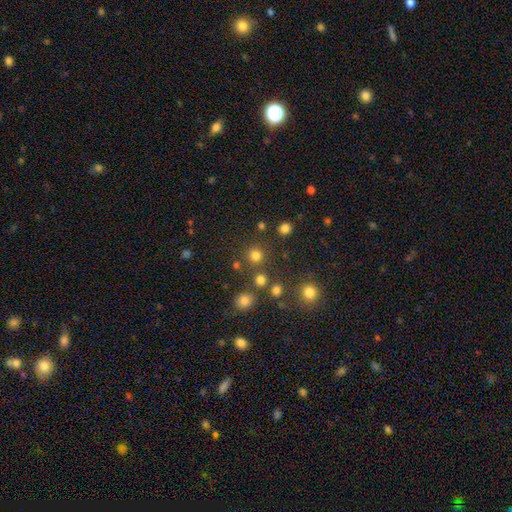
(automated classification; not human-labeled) smooth-or-featured: smooth: 78% | star or artifact: 17% | featured or disk: 5%
  how-rounded: round: 92% | in between: 7% | cigar-shaped: 1%
  merging: none: 82% | merger: 8% | minor disturbance: 7% | major disturbance: 3%